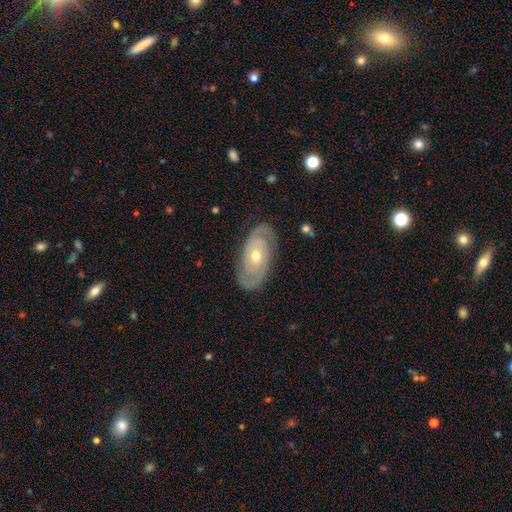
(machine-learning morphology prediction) This is clearly a featured or disk galaxy (85%). It is clearly not viewed edge-on (94%). Bar: likely no (78%). Spiral arm pattern: clearly yes (92%). Spiral arm count: likely 2 (79%). Spiral winding: likely tight (70%). Central bulge: possibly moderate (60%). Merging: clearly none (85%).